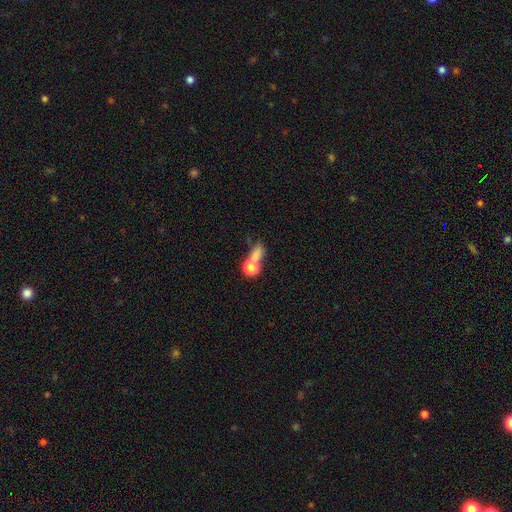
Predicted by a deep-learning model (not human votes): Overall: smooth (72%). How rounded: round (51%; in between 42%). Merging: merger (48%; none 30%).